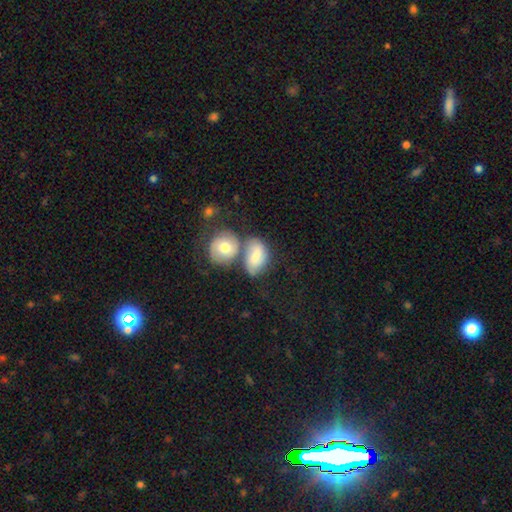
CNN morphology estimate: This is possibly a smooth galaxy (60%). How rounded: likely in between (75%). Merging: possibly merger (46%).